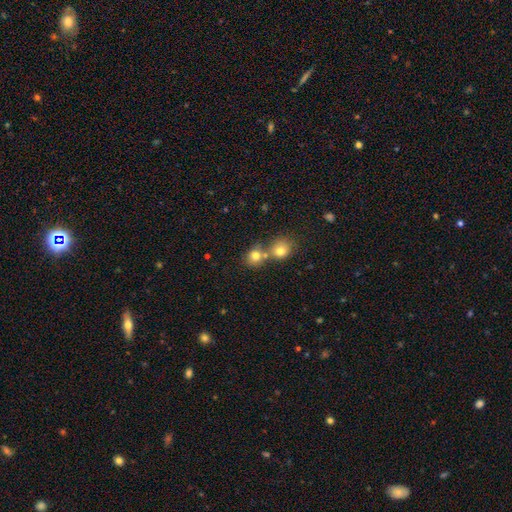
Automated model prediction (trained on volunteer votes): smooth_or_featured: smooth (p=0.77) [alt: star or artifact p=0.13]
how_rounded: round (p=0.80) [alt: in between p=0.19]
merging: merger (p=0.46) [alt: none p=0.44]